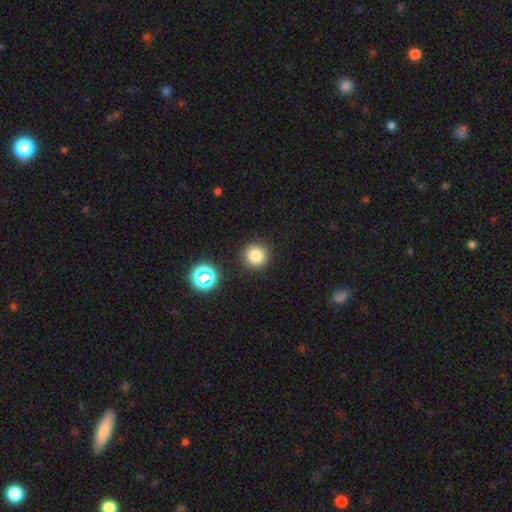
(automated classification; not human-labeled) Smooth or featured? smooth (80%)
How rounded? round (95%)
Merging? none (90%)